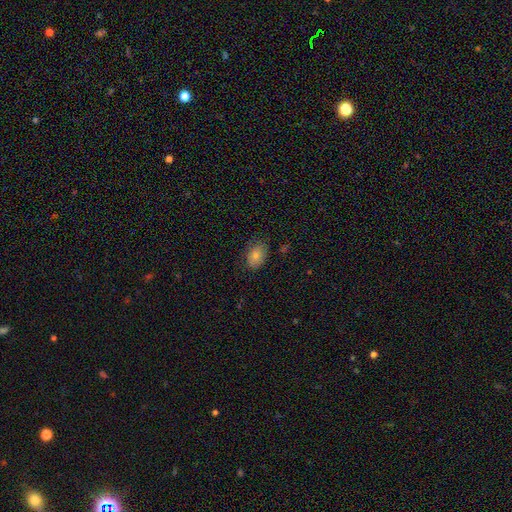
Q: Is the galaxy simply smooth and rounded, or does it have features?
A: smooth — 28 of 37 (76%).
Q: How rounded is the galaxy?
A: in between — 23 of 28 (82%).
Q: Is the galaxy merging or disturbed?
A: none — 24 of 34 (71%).